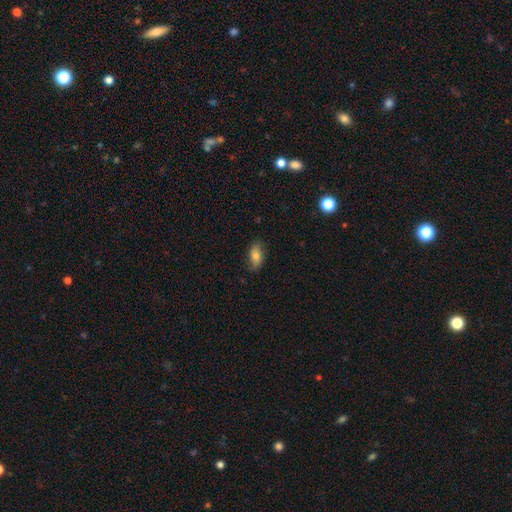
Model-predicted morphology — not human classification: smooth-or-featured: smooth: 66% | featured or disk: 26% | star or artifact: 8%
  how-rounded: in between: 89% | round: 6% | cigar-shaped: 6%
  merging: none: 76% | minor disturbance: 18% | major disturbance: 4% | merger: 1%